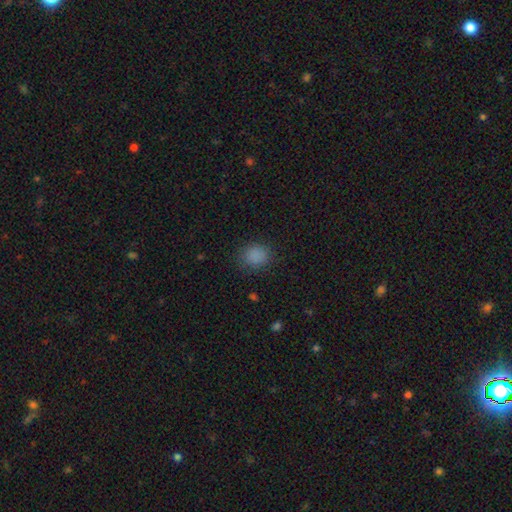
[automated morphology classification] type=smooth (85%); roundness=round (71%); merging=none (84%).